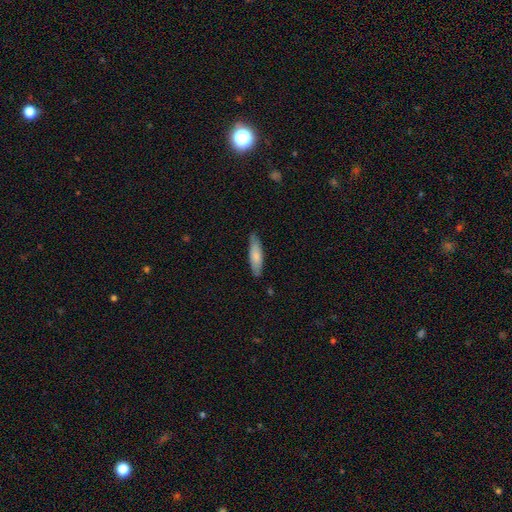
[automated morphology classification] Q: Smooth or featured?
A: smooth (77%); runner-up: featured or disk (17%)
Q: How rounded?
A: cigar-shaped (62%); runner-up: in between (37%)
Q: Merging?
A: none (81%); runner-up: minor disturbance (15%)